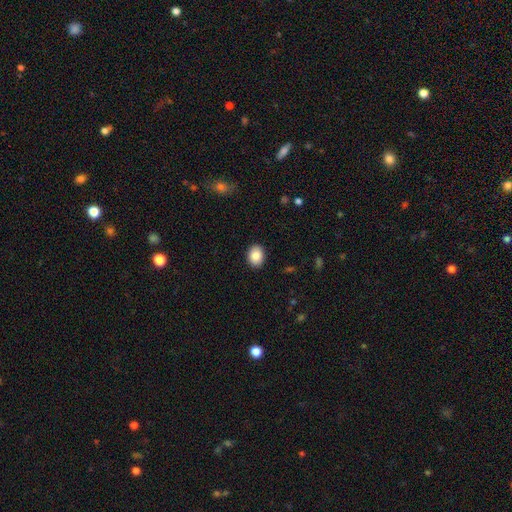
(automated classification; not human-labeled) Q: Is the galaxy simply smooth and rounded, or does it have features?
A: smooth — 88%.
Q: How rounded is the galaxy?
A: in between — 60%.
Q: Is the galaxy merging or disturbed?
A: none — 91%.